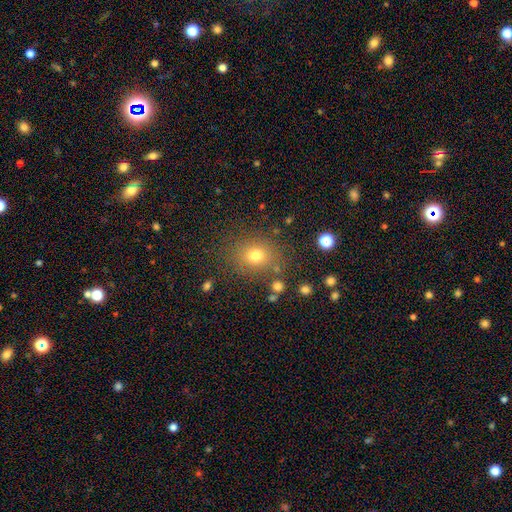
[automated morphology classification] A smooth galaxy with no disk features (74%) that is round (68%). Merging: none (80%).